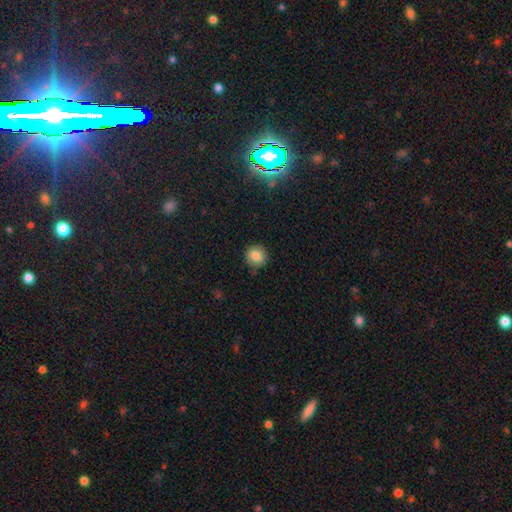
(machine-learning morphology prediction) Smooth or featured: smooth — 84% (star or artifact — 10%)
How rounded: round — 92% (in between — 7%)
Merging: none — 85% (minor disturbance — 11%)